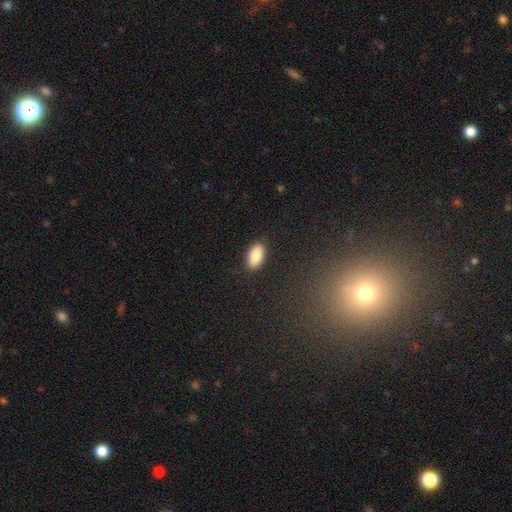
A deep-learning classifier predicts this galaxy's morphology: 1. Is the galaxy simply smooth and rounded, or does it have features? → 88% smooth, 7% star or artifact, 6% featured or disk.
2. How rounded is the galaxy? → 93% in between, 4% cigar-shaped, 3% round.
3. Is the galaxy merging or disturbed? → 88% none, 9% minor disturbance, 2% major disturbance, 1% merger.